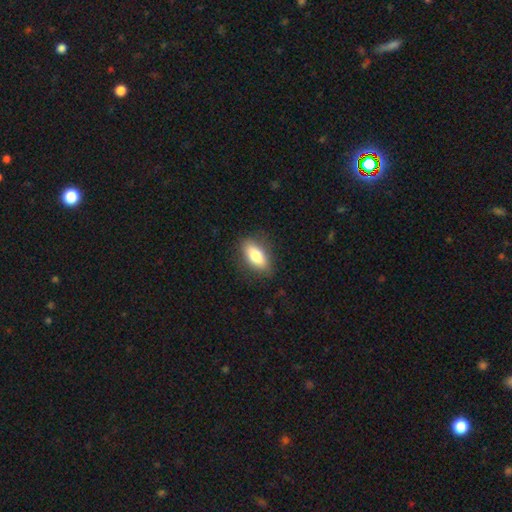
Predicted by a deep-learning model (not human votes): Overall: smooth (80%). How rounded: in between (85%). Merging: none (84%).